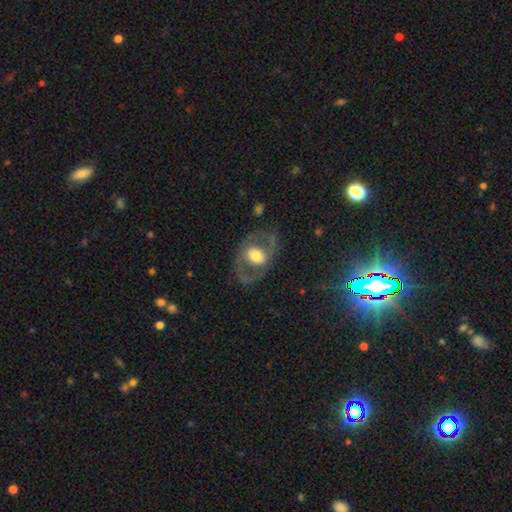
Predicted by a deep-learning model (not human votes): smooth_or_featured: featured or disk (p=0.58) [alt: smooth p=0.36]
disk_edge_on: no (p=0.92) [alt: yes p=0.08]
bar: no (p=0.70) [alt: weak p=0.21]
has_spiral_arms: no (p=0.68) [alt: yes p=0.32]
bulge_size: moderate (p=0.51) [alt: large p=0.38]
merging: none (p=0.71) [alt: minor disturbance p=0.14]